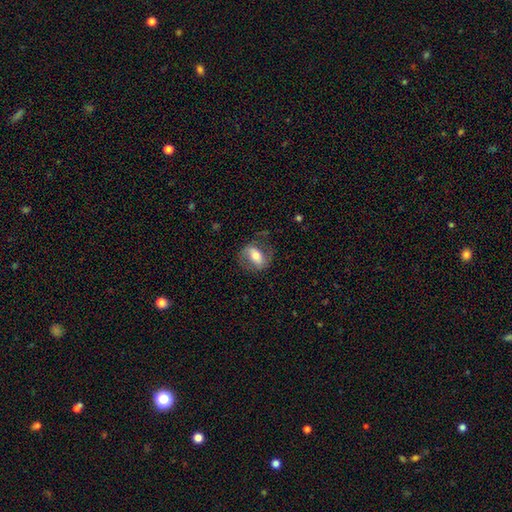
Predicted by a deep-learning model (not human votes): Morphology: type=featured or disk (50%); merging=none (69%).